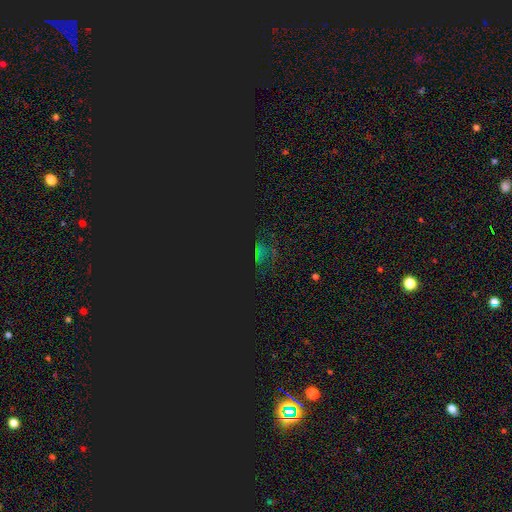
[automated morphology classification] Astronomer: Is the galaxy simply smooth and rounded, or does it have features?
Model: star or artifact — 70%.